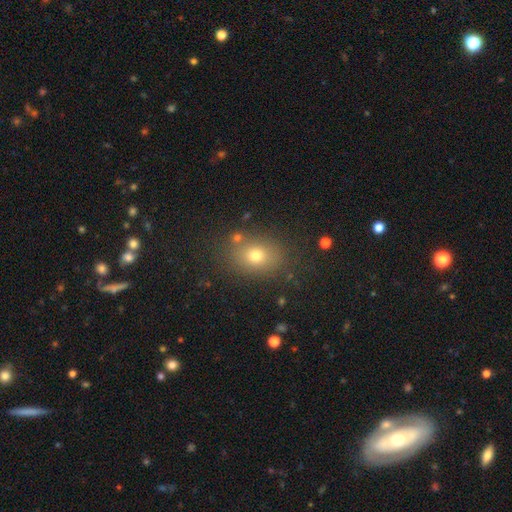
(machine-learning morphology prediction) Overall: smooth (73%). How rounded: in between (60%; round 39%). Merging: none (80%).